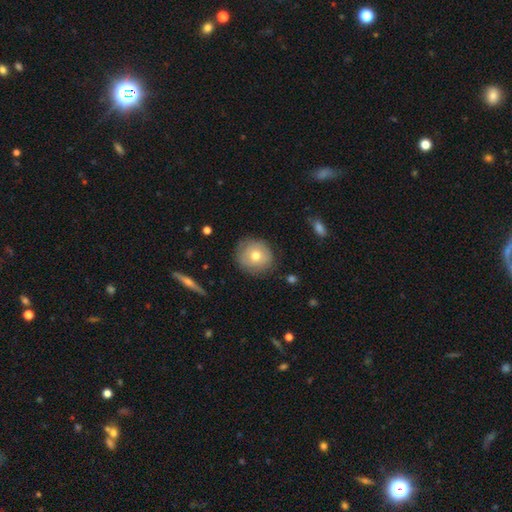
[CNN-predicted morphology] The model was most divided on "smooth or featured": smooth: 61%, featured or disk: 31%, star or artifact: 8%. More confident: how rounded — round (88%); merging — none (79%).